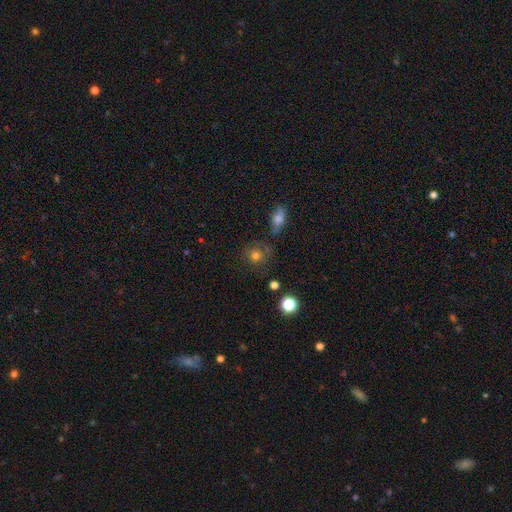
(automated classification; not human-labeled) smooth_or_featured: smooth (p=0.73) [alt: star or artifact p=0.17]
how_rounded: round (p=0.86) [alt: in between p=0.12]
merging: none (p=0.72) [alt: minor disturbance p=0.16]